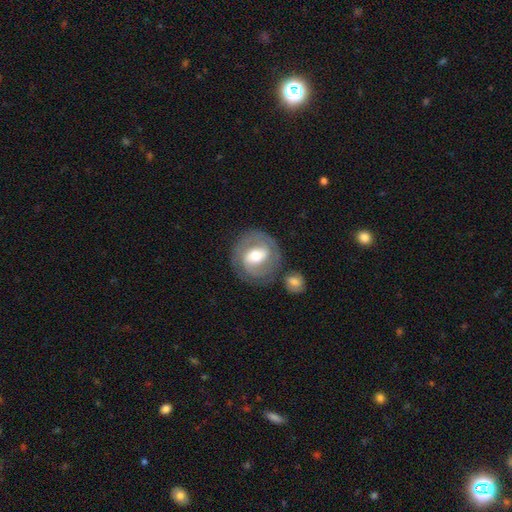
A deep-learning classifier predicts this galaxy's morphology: The model was most divided on "bar": weak: 43%, strong: 30%, no: 26%. More confident: edge-on disk — no (96%); spiral arms — yes (80%); spiral arm count — 2 (75%); merging — none (74%); smooth or featured — featured or disk (70%); bulge size — moderate (69%); spiral winding — tight (53%).